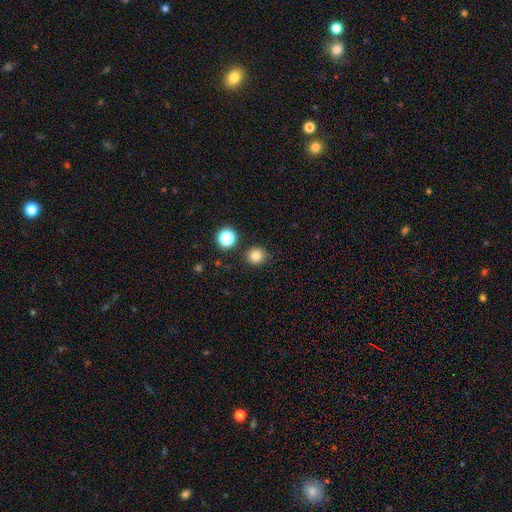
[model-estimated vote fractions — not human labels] This appears to be a smooth galaxy with no disk features (82%) that is round (91%). Merging: none (88%).